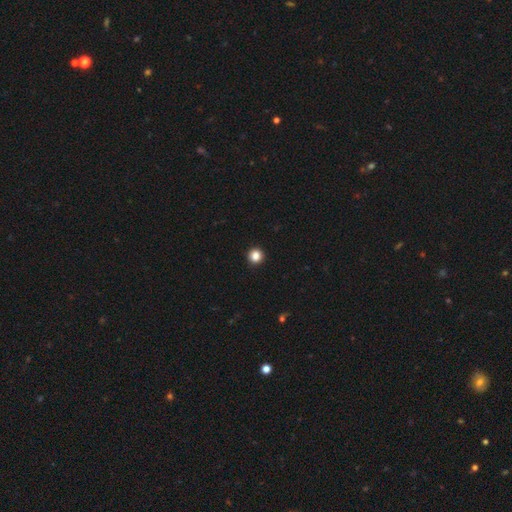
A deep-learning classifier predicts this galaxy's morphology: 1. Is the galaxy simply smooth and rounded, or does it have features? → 85% smooth, 12% star or artifact, 3% featured or disk.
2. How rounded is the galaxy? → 96% round, 4% in between, 1% cigar-shaped.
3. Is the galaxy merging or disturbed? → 94% none, 4% minor disturbance, 1% major disturbance, 1% merger.